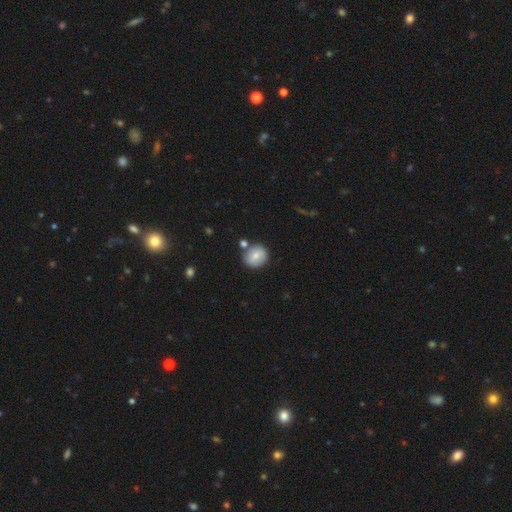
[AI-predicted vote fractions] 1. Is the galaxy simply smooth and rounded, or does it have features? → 71% smooth, 20% featured or disk, 9% star or artifact.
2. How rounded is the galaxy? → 83% round, 16% in between, 1% cigar-shaped.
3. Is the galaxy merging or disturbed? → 72% none, 13% merger, 13% minor disturbance, 3% major disturbance.